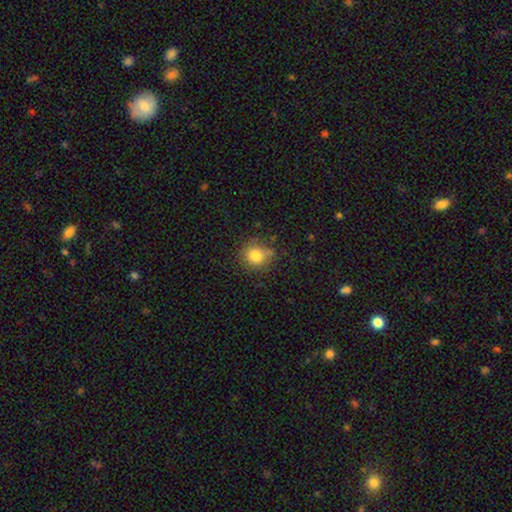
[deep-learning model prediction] Smooth or featured? Predicted: smooth (p=0.79). How rounded? Predicted: round (p=0.85). Merging? Predicted: none (p=0.69).